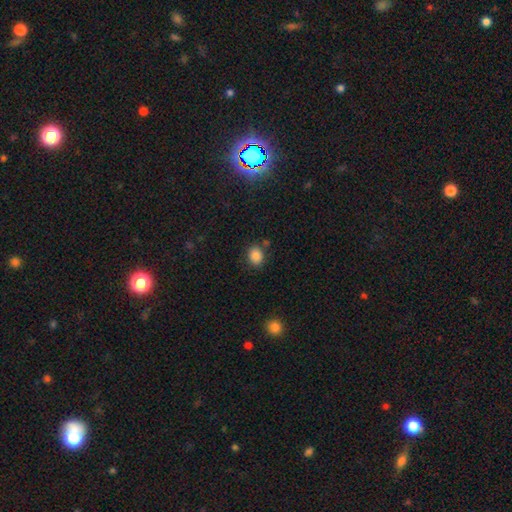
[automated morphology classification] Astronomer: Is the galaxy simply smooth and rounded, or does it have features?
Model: smooth — 85%.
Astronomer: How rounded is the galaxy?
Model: round — 51% (runner-up: in between, 48%).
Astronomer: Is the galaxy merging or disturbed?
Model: none — 79%.